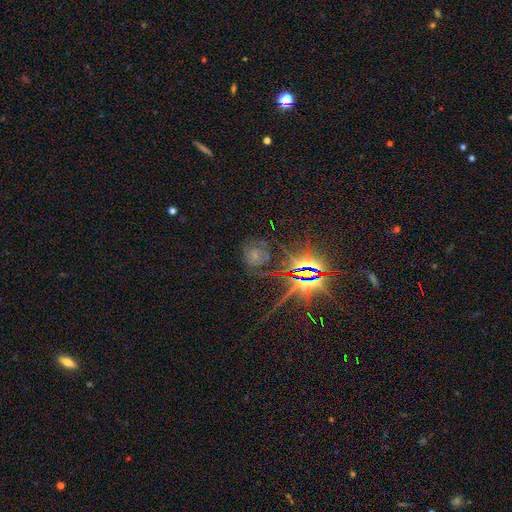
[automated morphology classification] This appears to be a star or artifact, not a galaxy (44%).